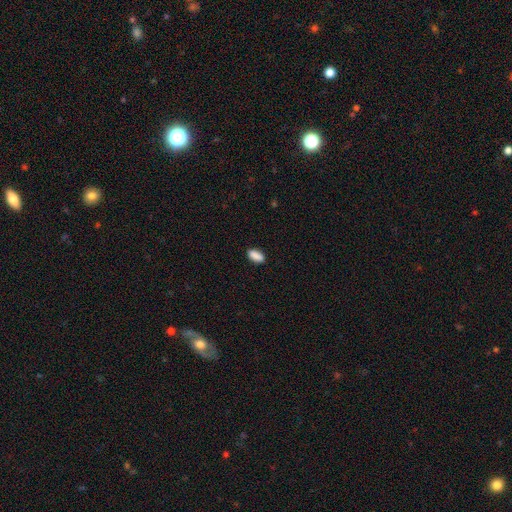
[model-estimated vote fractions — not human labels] Smooth or featured?
  - smooth: 89% *
  - star or artifact: 7%
  - featured or disk: 3%
How rounded?
  - in between: 86% *
  - cigar-shaped: 11%
  - round: 3%
Merging?
  - none: 88% *
  - minor disturbance: 9%
  - major disturbance: 2%
  - merger: 1%